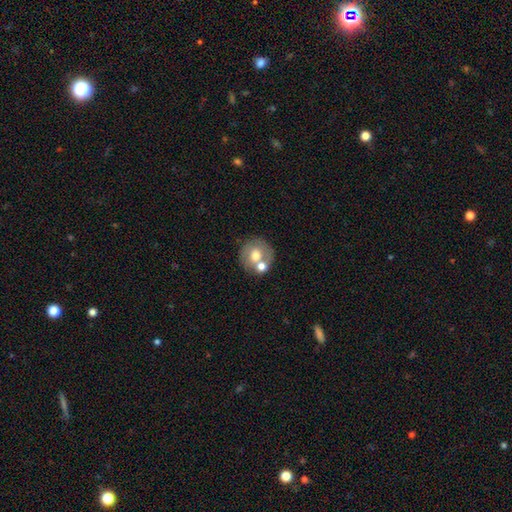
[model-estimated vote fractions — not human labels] Smooth or featured: smooth — 62% (featured or disk — 29%)
How rounded: round — 85% (in between — 14%)
Merging: none — 54% (merger — 31%)